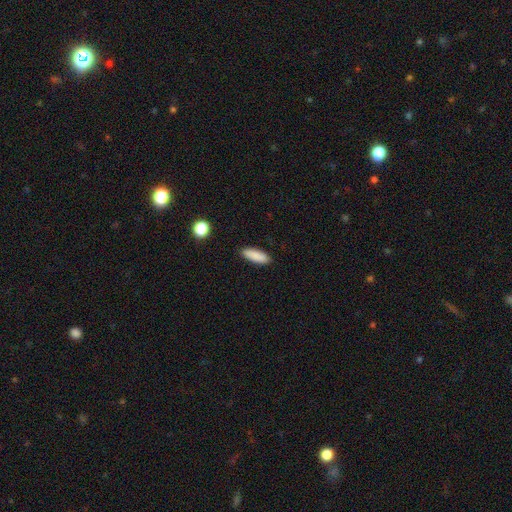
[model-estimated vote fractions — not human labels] The model was most divided on "how rounded": in between: 55%, cigar-shaped: 43%, round: 2%. More confident: merging — none (89%); smooth or featured — smooth (88%).